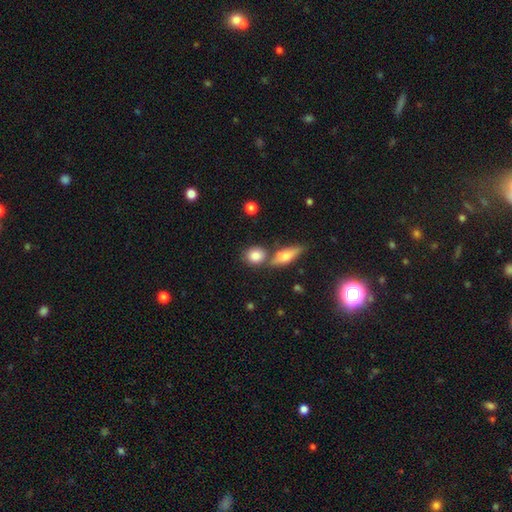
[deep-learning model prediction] smooth_or_featured: smooth (p=0.83) [alt: featured or disk p=0.10]
how_rounded: round (p=0.57) [alt: in between p=0.39]
merging: none (p=0.61) [alt: merger p=0.23]